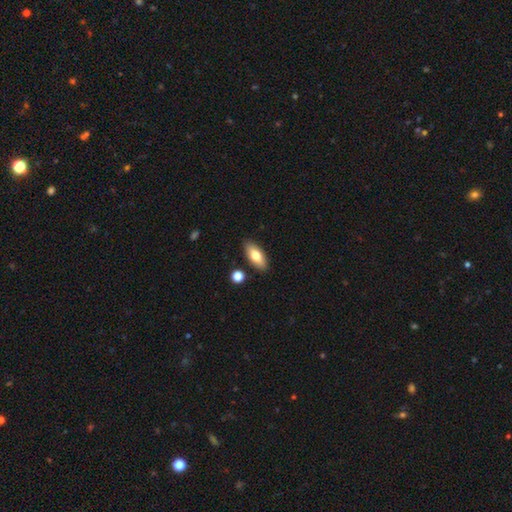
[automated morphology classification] Smooth or featured: smooth — 73% (featured or disk — 21%)
How rounded: in between — 82% (cigar-shaped — 15%)
Merging: none — 86% (minor disturbance — 9%)